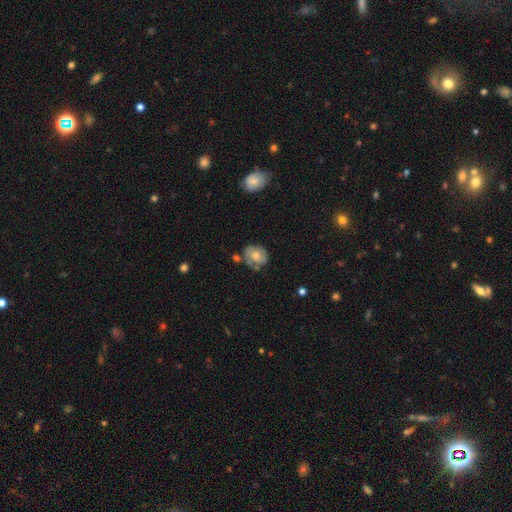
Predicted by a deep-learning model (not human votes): Smooth or featured? Predicted: featured or disk (p=0.49). Merging? Predicted: none (p=0.59).